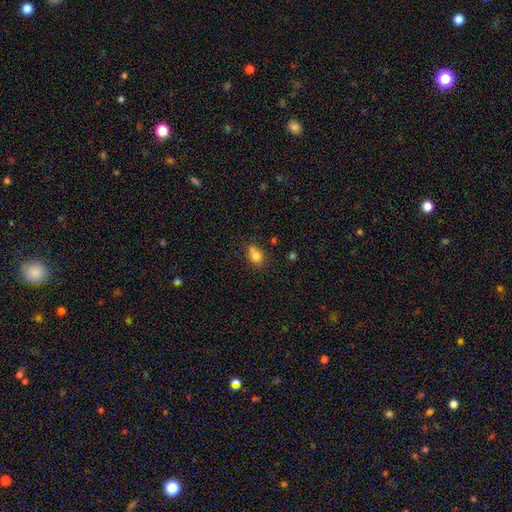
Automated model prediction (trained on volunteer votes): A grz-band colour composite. It shows a smooth galaxy with no disk features (78%) that is in between round and cigar-shaped (56%). Merging: none (51%).